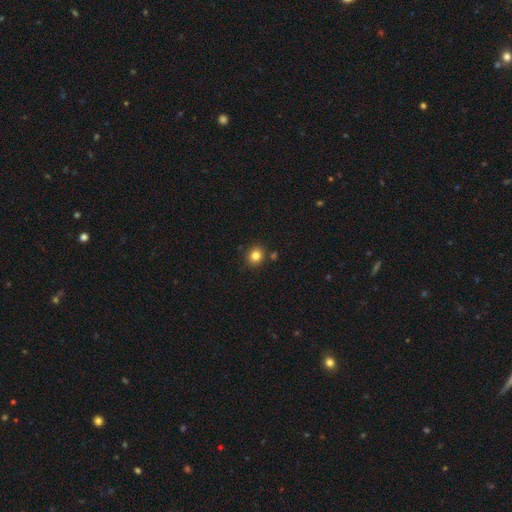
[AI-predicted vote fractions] A smooth galaxy with no disk features (82%) that is round (79%). Merging: none (85%).